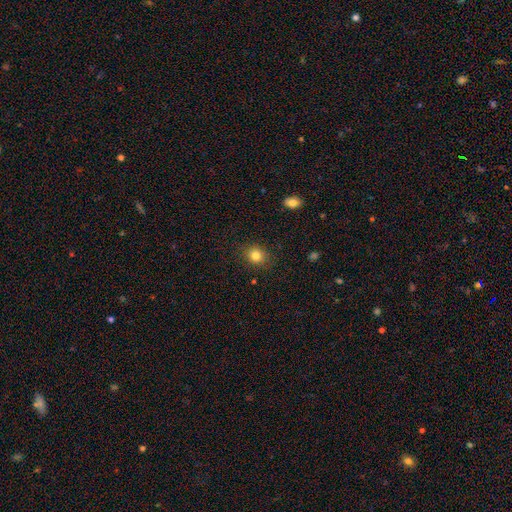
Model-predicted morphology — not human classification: type=smooth (82%); roundness=round (73%); merging=none (86%).